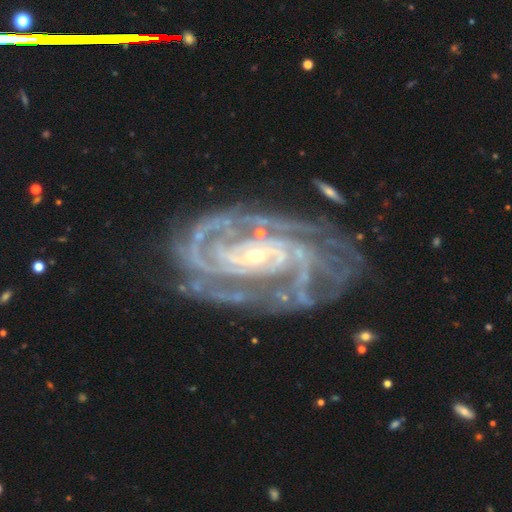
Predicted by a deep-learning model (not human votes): featured or disk 92%, star or artifact 5%, smooth 3%. Down the decision tree: edge-on disk — no (96%); bar — no (56%); spiral arms — yes (98%); spiral arm count — 2 (26%); spiral winding — tight (71%); bulge size — small (79%); merging — none (71%).